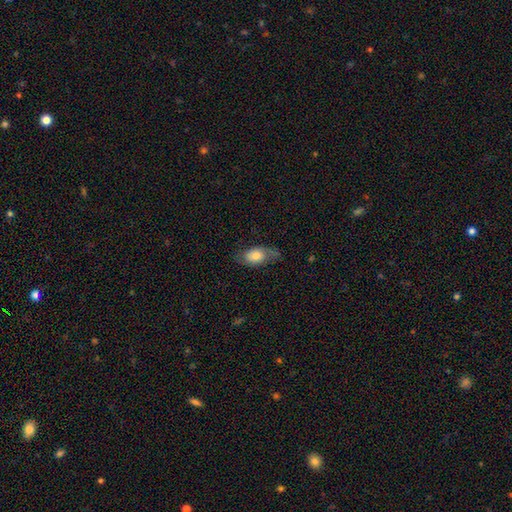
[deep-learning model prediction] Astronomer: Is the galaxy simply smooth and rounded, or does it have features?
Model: smooth — 64%.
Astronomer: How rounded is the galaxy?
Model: in between — 87%.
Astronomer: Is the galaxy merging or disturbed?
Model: none — 60%.